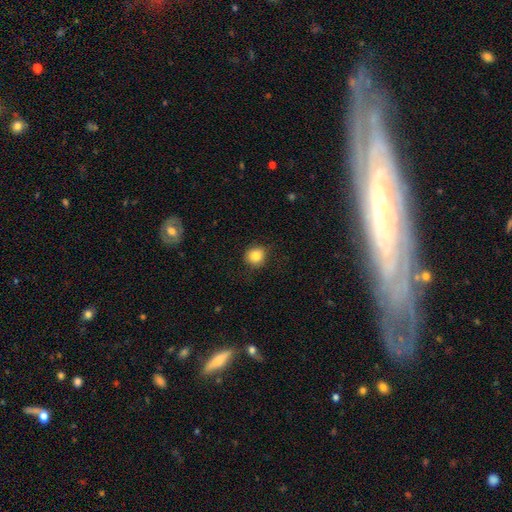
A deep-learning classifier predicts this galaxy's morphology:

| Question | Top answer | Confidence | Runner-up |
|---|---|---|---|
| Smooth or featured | smooth | 84% | star or artifact (10%) |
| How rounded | round | 85% | in between (14%) |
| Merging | none | 84% | minor disturbance (12%) |